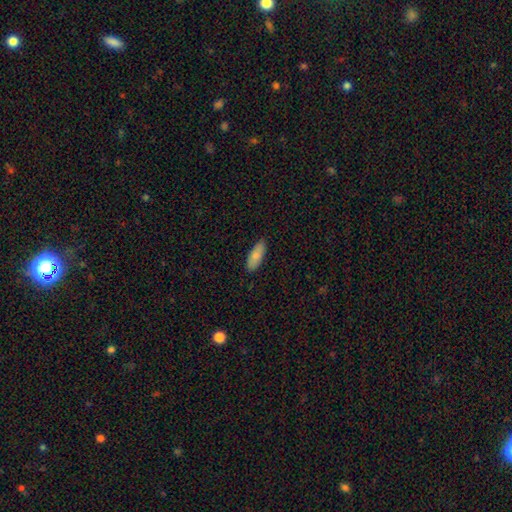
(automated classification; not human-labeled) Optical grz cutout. It shows a smooth galaxy with no disk features (82%) that is in between round and cigar-shaped (77%). Merging: none (87%).